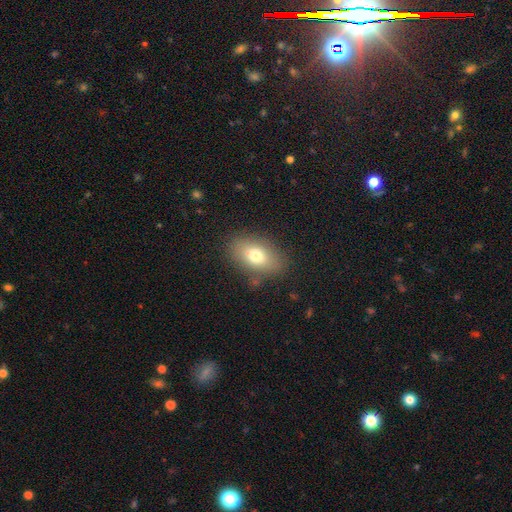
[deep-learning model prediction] Overall: smooth (73%). How rounded: in between (85%). Merging: none (80%).